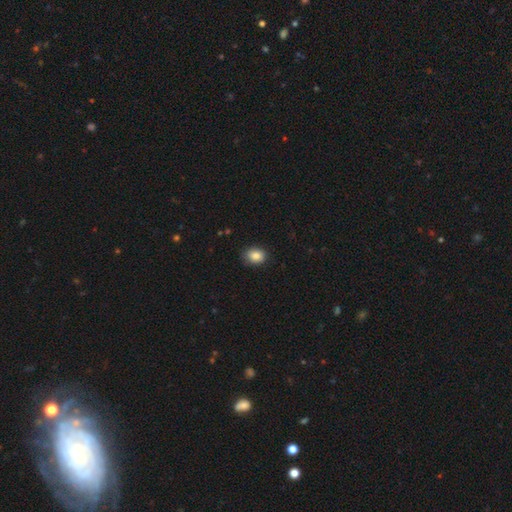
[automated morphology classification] Smooth or featured: smooth — 86% (star or artifact — 9%)
How rounded: in between — 60% (round — 39%)
Merging: none — 82% (minor disturbance — 14%)